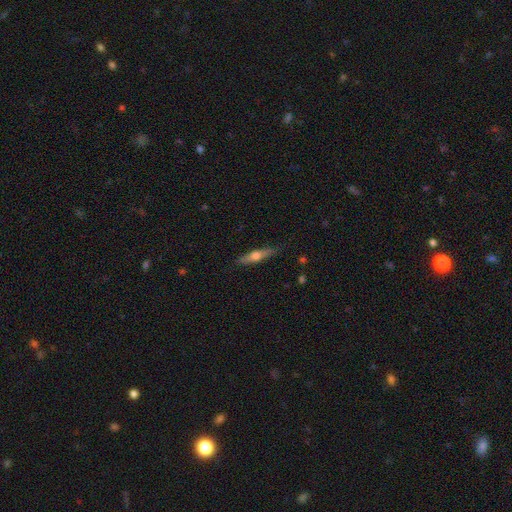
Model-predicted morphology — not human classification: This is possibly a featured or disk galaxy (52%). It is clearly viewed edge-on (93%). Merging: clearly none (85%).